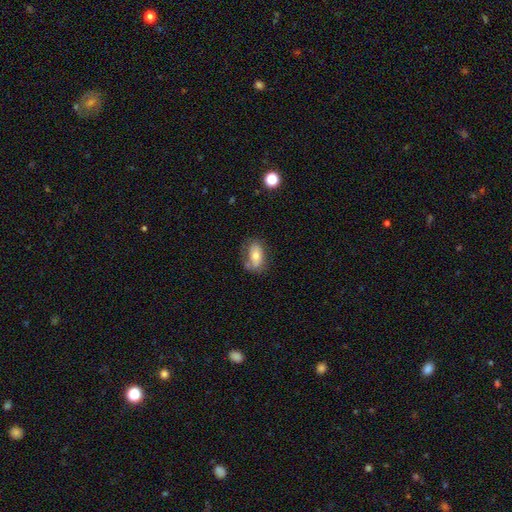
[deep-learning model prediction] Overall: smooth (66%; featured or disk 26%). How rounded: in between (87%). Merging: none (62%).